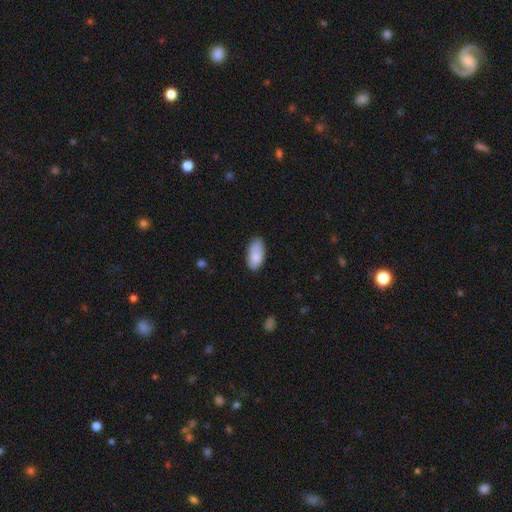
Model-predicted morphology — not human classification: The model was most divided on "merging": none: 74%, minor disturbance: 21%, major disturbance: 4%, merger: 2%. More confident: how rounded — in between (93%); smooth or featured — smooth (85%).